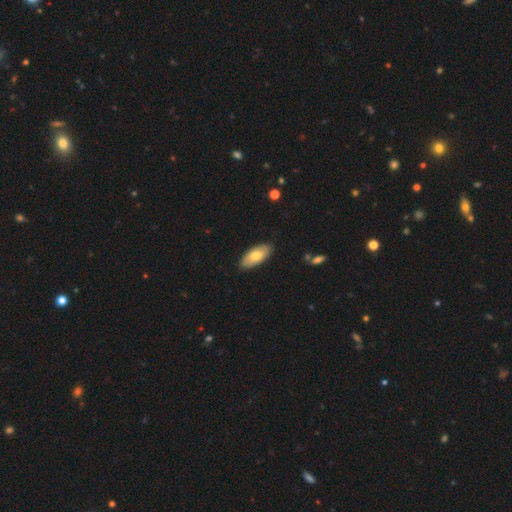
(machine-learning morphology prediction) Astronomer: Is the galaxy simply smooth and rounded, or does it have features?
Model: smooth — 73%.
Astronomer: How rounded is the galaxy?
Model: in between — 90%.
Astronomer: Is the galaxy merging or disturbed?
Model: none — 86%.